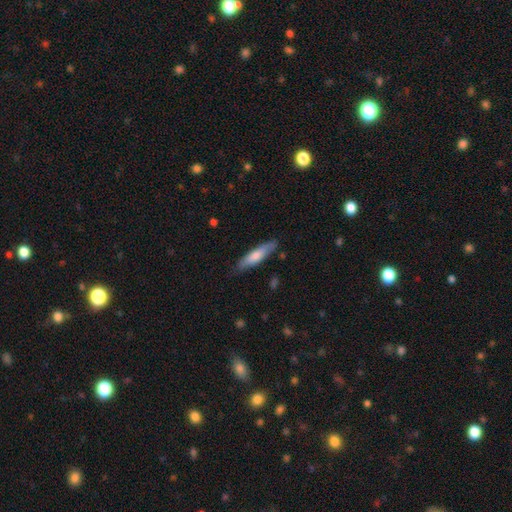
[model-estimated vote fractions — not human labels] Q: Smooth or featured?
A: smooth (70%); runner-up: featured or disk (24%)
Q: How rounded?
A: cigar-shaped (75%); runner-up: in between (24%)
Q: Merging?
A: none (81%); runner-up: minor disturbance (15%)